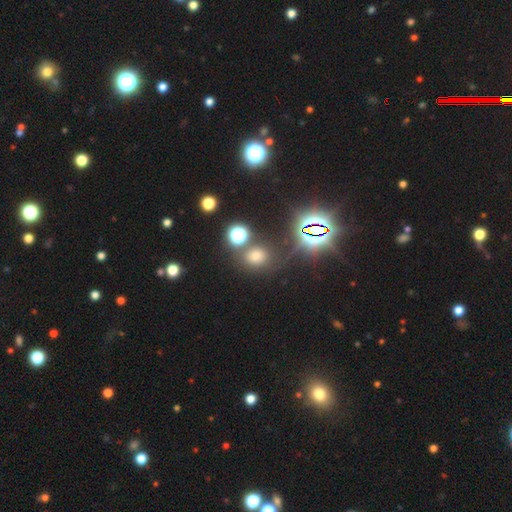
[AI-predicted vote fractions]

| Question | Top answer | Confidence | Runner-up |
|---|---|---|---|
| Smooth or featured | smooth | 50% | star or artifact (42%) |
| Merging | none | 74% | minor disturbance (10%) |